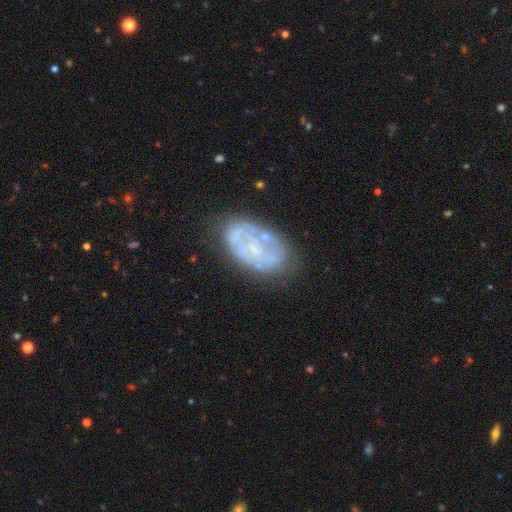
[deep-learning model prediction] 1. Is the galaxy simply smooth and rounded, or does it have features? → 66% featured or disk, 26% smooth, 8% star or artifact.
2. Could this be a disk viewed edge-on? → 97% no, 3% yes.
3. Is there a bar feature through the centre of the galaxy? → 80% no, 16% weak, 4% strong.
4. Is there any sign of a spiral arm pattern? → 65% no, 35% yes.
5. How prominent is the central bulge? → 42% small, 37% none, 17% moderate, 2% large, 1% dominant.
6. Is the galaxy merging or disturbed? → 62% none, 22% minor disturbance, 11% major disturbance, 6% merger.